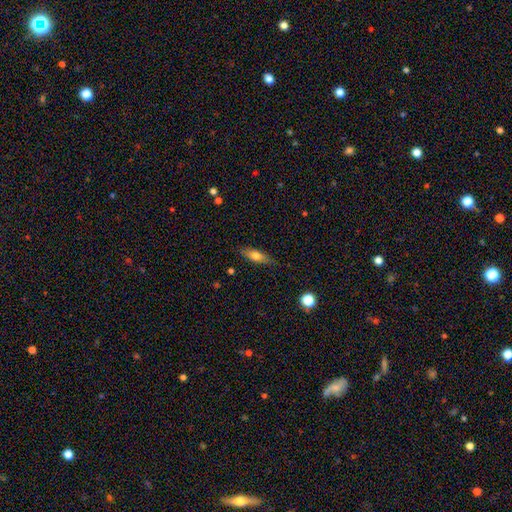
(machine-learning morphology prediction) A smooth galaxy with no disk features (64%) that is in between round and cigar-shaped (51%). Merging: none (81%).